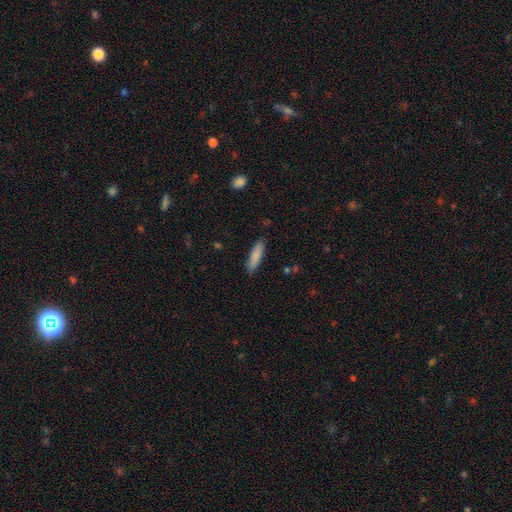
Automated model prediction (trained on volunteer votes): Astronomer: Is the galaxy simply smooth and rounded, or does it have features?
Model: smooth — 85%.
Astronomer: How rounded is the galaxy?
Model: cigar-shaped — 69%.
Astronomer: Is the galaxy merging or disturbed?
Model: none — 87%.